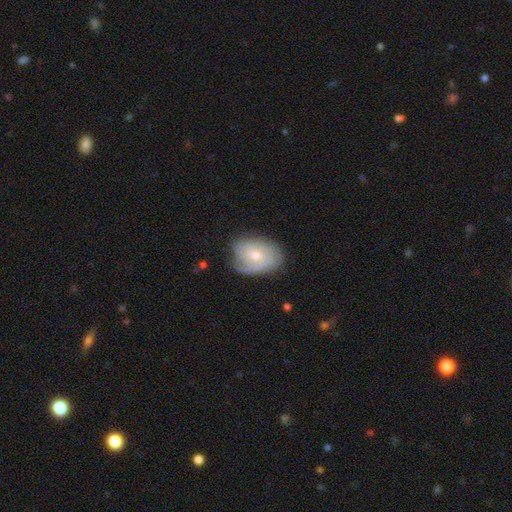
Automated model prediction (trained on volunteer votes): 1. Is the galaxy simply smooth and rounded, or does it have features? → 64% featured or disk, 30% smooth, 6% star or artifact.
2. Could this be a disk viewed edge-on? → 96% no, 4% yes.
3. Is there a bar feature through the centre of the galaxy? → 74% no, 23% weak, 3% strong.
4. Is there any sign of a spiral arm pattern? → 86% yes, 14% no.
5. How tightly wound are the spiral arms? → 65% tight, 25% medium, 9% loose.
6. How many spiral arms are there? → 48% can't tell, 20% 2, 16% 3, 7% 1, 6% 4, 4% more than 4.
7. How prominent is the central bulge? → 56% moderate, 39% small, 2% large, 1% none, 1% dominant.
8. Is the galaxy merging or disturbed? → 69% none, 23% minor disturbance, 6% major disturbance, 1% merger.